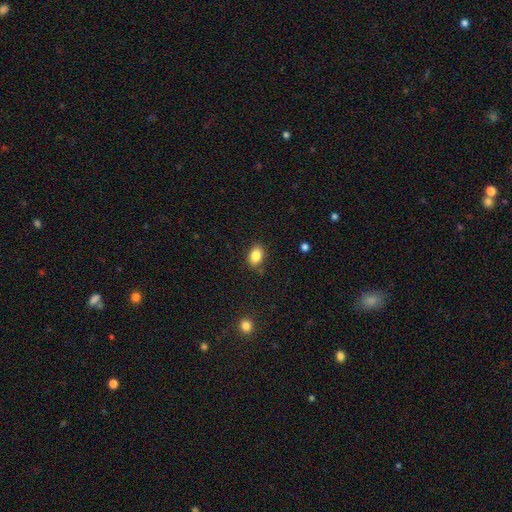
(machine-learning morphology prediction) This is clearly a smooth galaxy (85%). How rounded: likely in between (80%). Merging: clearly none (85%).